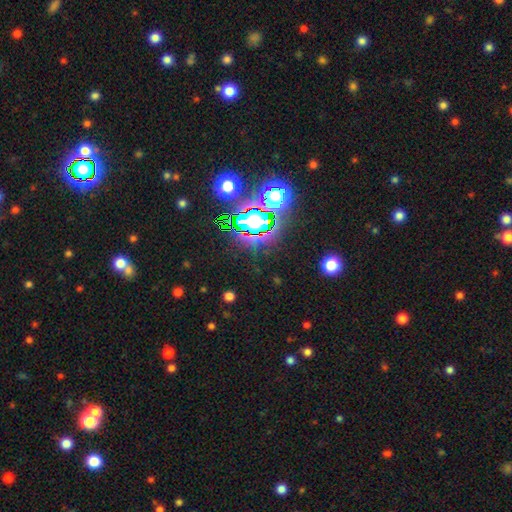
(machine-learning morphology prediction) Smooth or featured? star or artifact (78%)